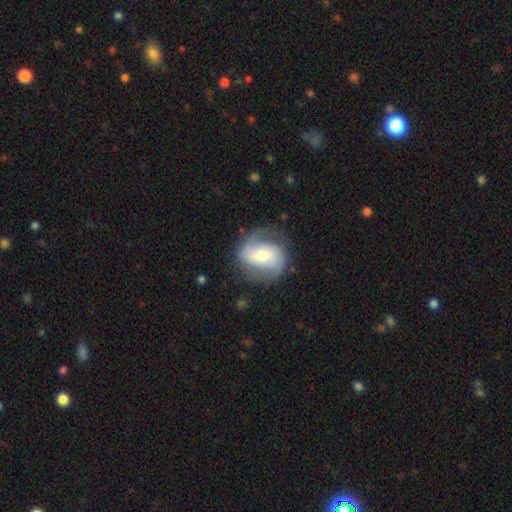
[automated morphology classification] Smooth or featured? Predicted: featured or disk (p=0.79). Edge-on disk? Predicted: no (p=0.98). Bar? Predicted: no (p=0.47). Spiral arms? Predicted: yes (p=0.93). Spiral winding? Predicted: medium (p=0.45). Spiral arm count? Predicted: 2 (p=0.86). Bulge size? Predicted: moderate (p=0.54). Merging? Predicted: none (p=0.75).